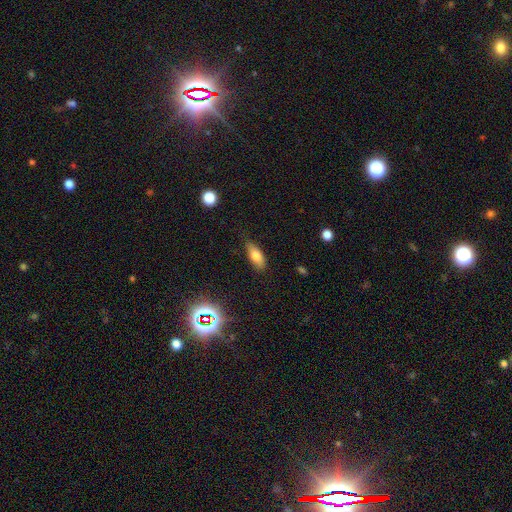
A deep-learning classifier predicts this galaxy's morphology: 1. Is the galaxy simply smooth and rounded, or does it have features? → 76% smooth, 14% featured or disk, 10% star or artifact.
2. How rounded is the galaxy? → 76% in between, 20% cigar-shaped, 3% round.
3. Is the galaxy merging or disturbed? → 74% none, 20% minor disturbance, 4% major disturbance, 2% merger.